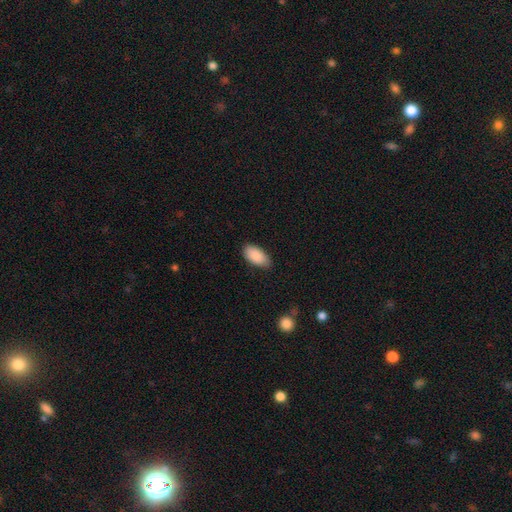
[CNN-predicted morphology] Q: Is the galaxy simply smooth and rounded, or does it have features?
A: smooth — 90%.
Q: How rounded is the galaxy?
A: in between — 94%.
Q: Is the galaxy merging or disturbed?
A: none — 79%.